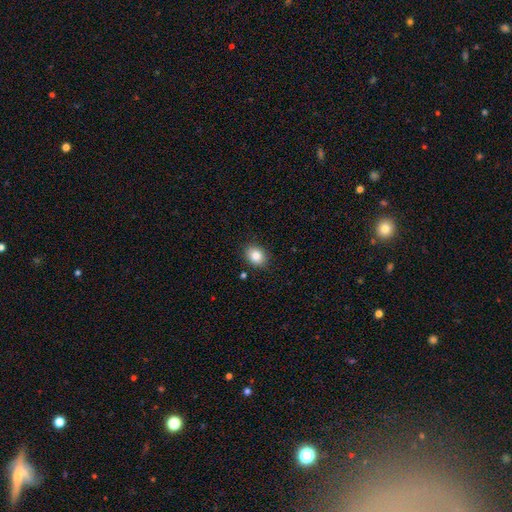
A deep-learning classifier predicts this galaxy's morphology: Overall: smooth (84%). How rounded: in between (54%; round 45%). Merging: none (88%).